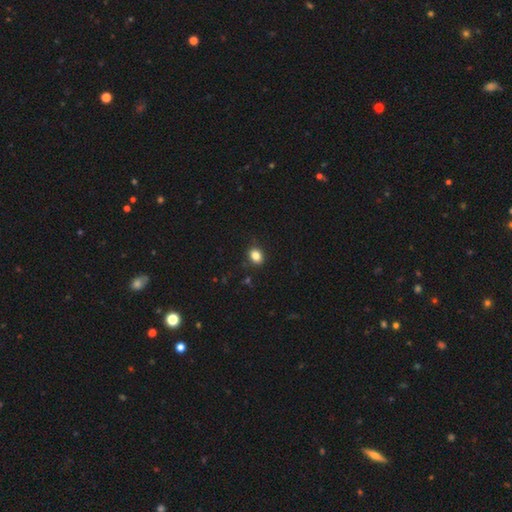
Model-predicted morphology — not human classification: Smooth or featured? Predicted: smooth (p=0.84). How rounded? Predicted: in between (p=0.52). Merging? Predicted: none (p=0.86).